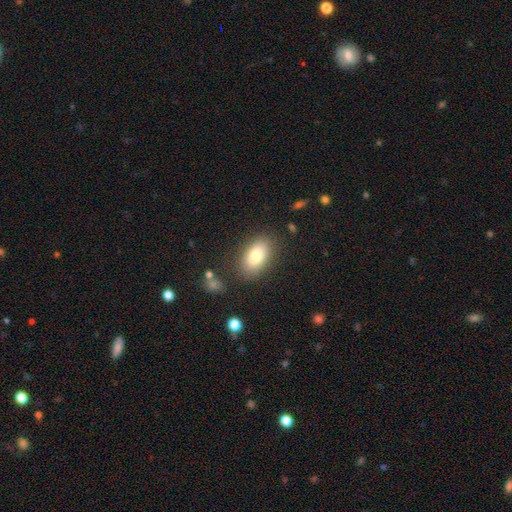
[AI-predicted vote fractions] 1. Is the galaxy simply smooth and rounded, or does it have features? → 81% smooth, 12% featured or disk, 8% star or artifact.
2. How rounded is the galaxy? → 92% in between, 6% round, 2% cigar-shaped.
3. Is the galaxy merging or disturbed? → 83% none, 11% minor disturbance, 4% major disturbance, 2% merger.